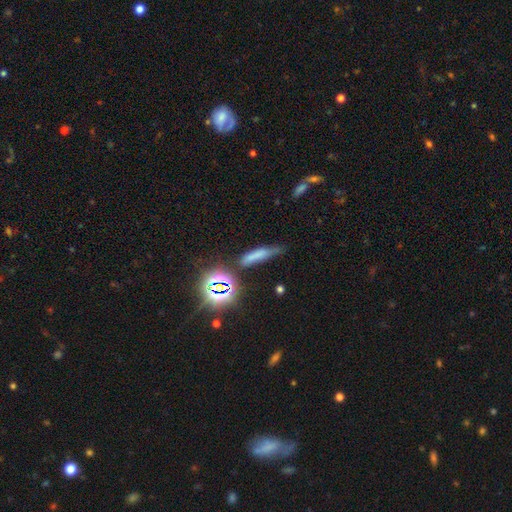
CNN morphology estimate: Smooth or featured?
  - smooth: 61% *
  - star or artifact: 23%
  - featured or disk: 16%
How rounded?
  - cigar-shaped: 73% *
  - in between: 20%
  - round: 7%
Merging?
  - none: 51% *
  - minor disturbance: 27%
  - major disturbance: 11%
  - merger: 10%